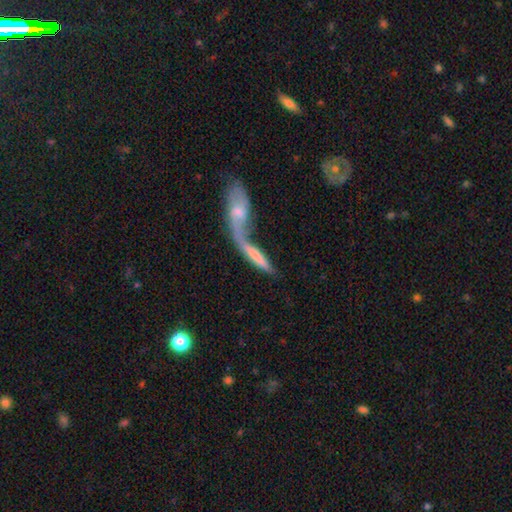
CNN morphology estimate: The model was most divided on "smooth or featured": smooth: 55%, featured or disk: 38%, star or artifact: 6%. More confident: how rounded — cigar-shaped (74%); merging — merger (63%).